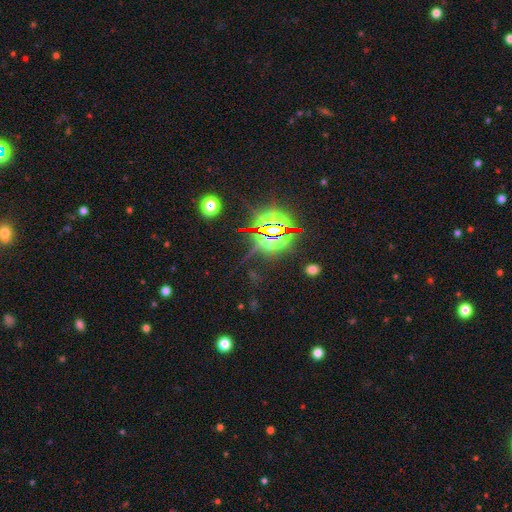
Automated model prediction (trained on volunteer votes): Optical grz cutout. It shows a star or artifact, not a galaxy (82%).